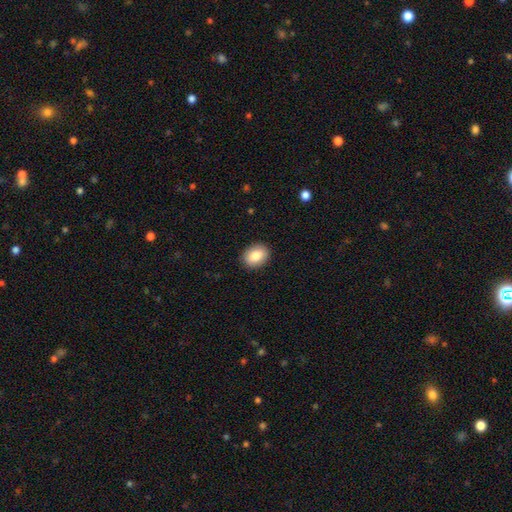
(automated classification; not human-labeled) A smooth galaxy with no disk features (84%) that is in between round and cigar-shaped (67%). Merging: none (90%).